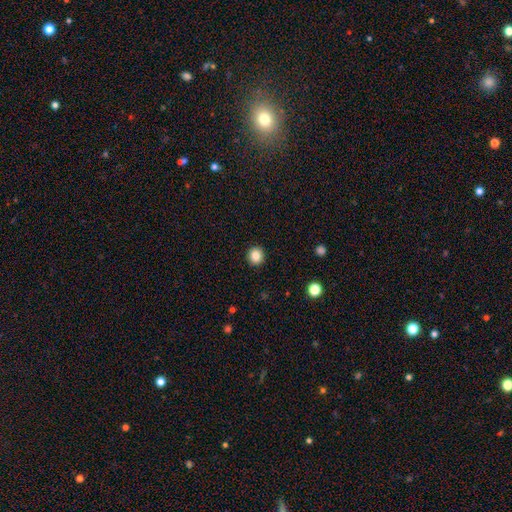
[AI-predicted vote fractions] A smooth galaxy with no disk features (85%) that is round (89%). Merging: none (93%).